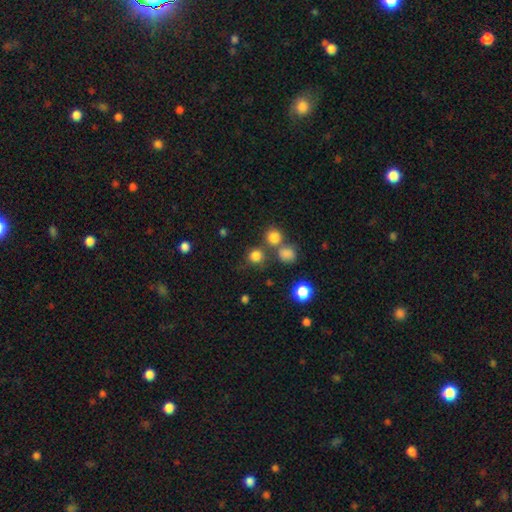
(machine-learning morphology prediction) smooth-or-featured: smooth: 79% | star or artifact: 15% | featured or disk: 6%
  how-rounded: round: 89% | in between: 10% | cigar-shaped: 1%
  merging: none: 65% | merger: 21% | minor disturbance: 9% | major disturbance: 5%